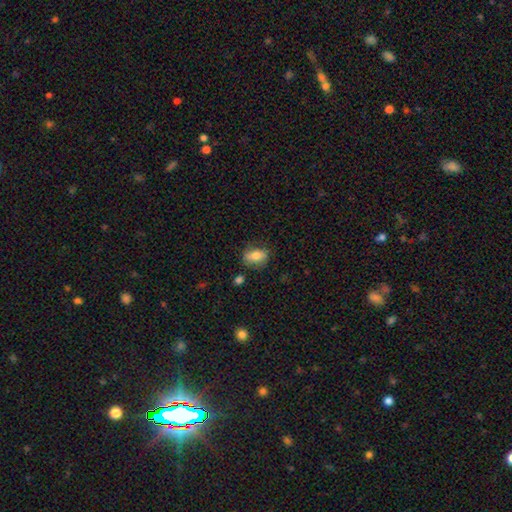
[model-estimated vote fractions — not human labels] smooth-or-featured: smooth: 72% | featured or disk: 20% | star or artifact: 8%
  how-rounded: in between: 78% | round: 18% | cigar-shaped: 4%
  merging: none: 75% | minor disturbance: 17% | major disturbance: 5% | merger: 3%